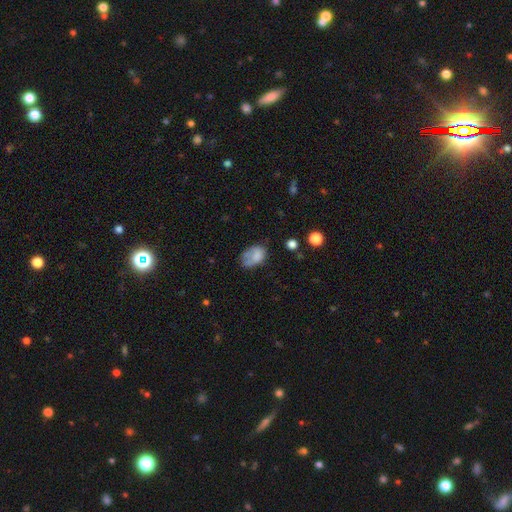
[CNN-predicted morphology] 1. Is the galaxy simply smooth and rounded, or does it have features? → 71% smooth, 19% featured or disk, 10% star or artifact.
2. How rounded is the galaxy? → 83% in between, 16% round, 1% cigar-shaped.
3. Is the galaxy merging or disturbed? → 41% none, 32% minor disturbance, 19% major disturbance, 8% merger.